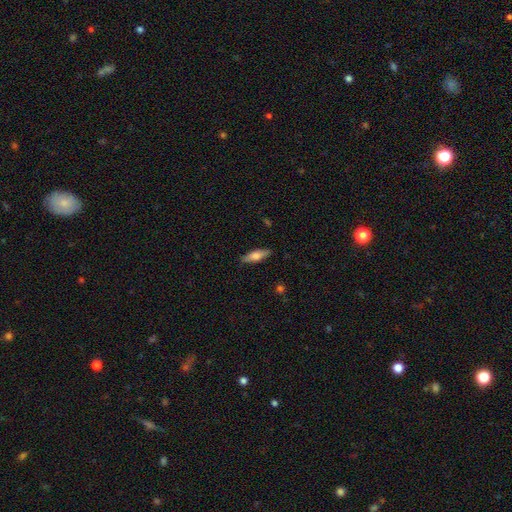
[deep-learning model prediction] smooth_or_featured: smooth (p=0.65) [alt: featured or disk p=0.29]
how_rounded: cigar-shaped (p=0.54) [alt: in between p=0.44]
merging: none (p=0.87) [alt: minor disturbance p=0.10]